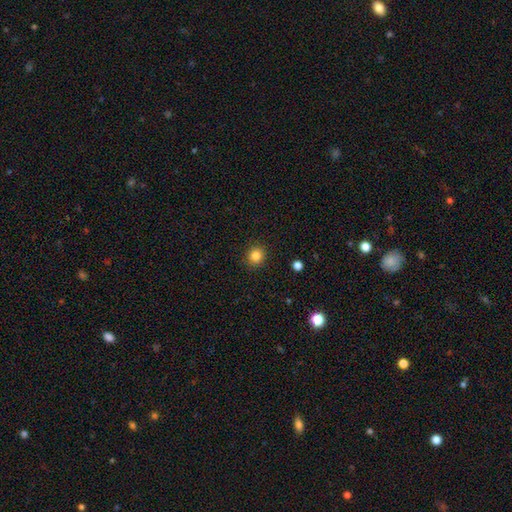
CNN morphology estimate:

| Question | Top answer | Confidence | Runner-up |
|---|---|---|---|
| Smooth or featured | smooth | 83% | star or artifact (12%) |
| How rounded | round | 90% | in between (9%) |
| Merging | none | 92% | minor disturbance (6%) |